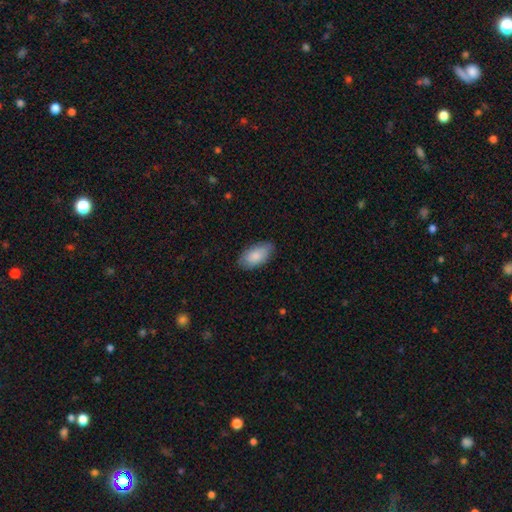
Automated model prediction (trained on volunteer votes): The model was most divided on "merging": none: 82%, minor disturbance: 14%, major disturbance: 3%, merger: 1%. More confident: how rounded — in between (94%); smooth or featured — smooth (86%).